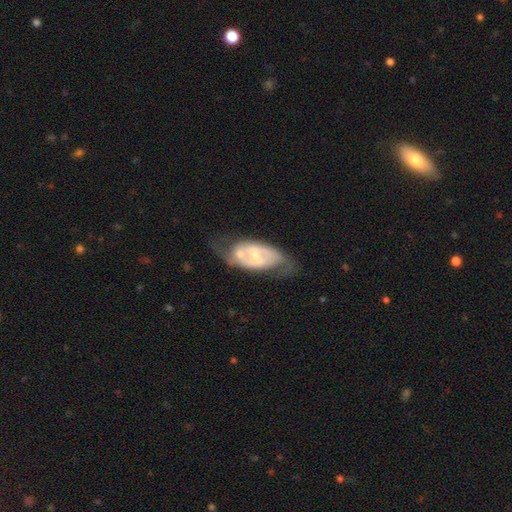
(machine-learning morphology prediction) Overall: featured or disk (77%). Edge-on disk: no (94%). Bar: weak (45%; no 33%). Spiral arms: yes (79%). Spiral arm count: 2 (80%). Spiral winding: medium (46%; loose 27%). Bulge size: small (59%; moderate 34%). Merging: none (49%; minor disturbance 22%).